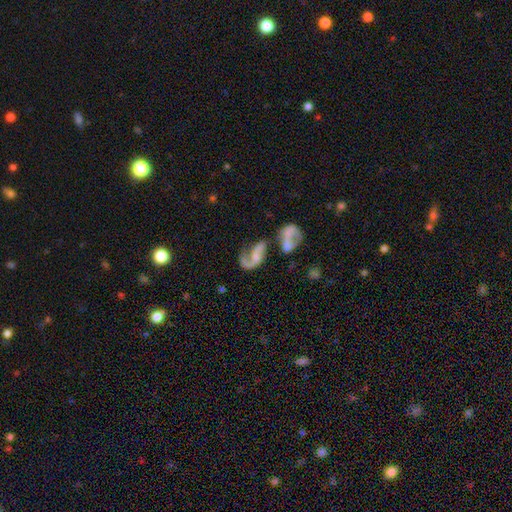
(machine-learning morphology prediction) smooth-or-featured: featured or disk: 74% | smooth: 18% | star or artifact: 8%
  disk-edge-on: no: 97% | yes: 3%
    bar: no: 56% | weak: 32% | strong: 12%
    has-spiral-arms: yes: 85% | no: 15%
      spiral-winding: loose: 66% | medium: 27% | tight: 7%
      spiral-arm-count: 2: 62% | 1: 31% | can't tell: 4% | 3: 1% | 4: 1% | more than 4: 1%
    bulge-size: none: 35% | small: 31% | moderate: 27% | large: 5% | dominant: 2%
  merging: merger: 37% | major disturbance: 25% | none: 24% | minor disturbance: 13%